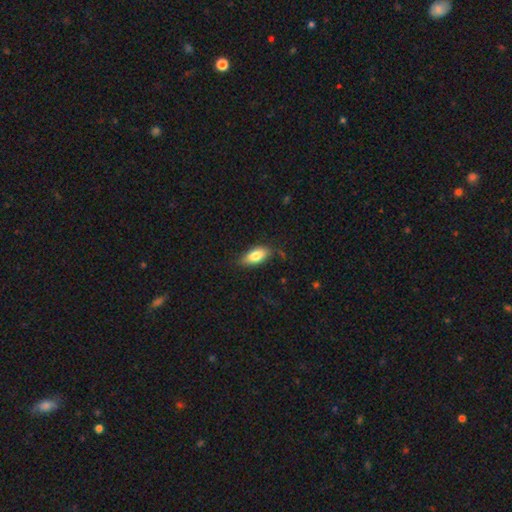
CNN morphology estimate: Q: Smooth or featured?
A: smooth (80%); runner-up: featured or disk (14%)
Q: How rounded?
A: in between (86%); runner-up: cigar-shaped (12%)
Q: Merging?
A: none (78%); runner-up: minor disturbance (17%)